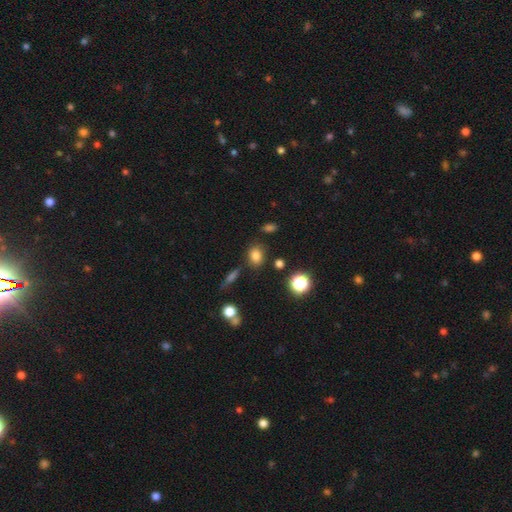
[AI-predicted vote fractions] Q: Smooth or featured?
A: smooth (79%); runner-up: star or artifact (14%)
Q: How rounded?
A: in between (55%); runner-up: round (43%)
Q: Merging?
A: none (78%); runner-up: minor disturbance (13%)